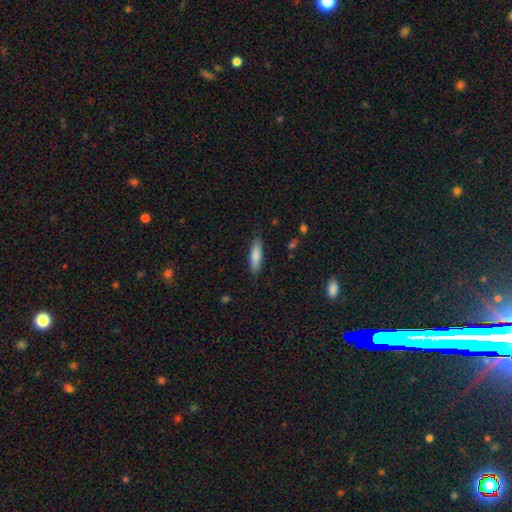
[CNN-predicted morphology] Smooth or featured? Predicted: smooth (p=0.83). How rounded? Predicted: cigar-shaped (p=0.60). Merging? Predicted: none (p=0.86).